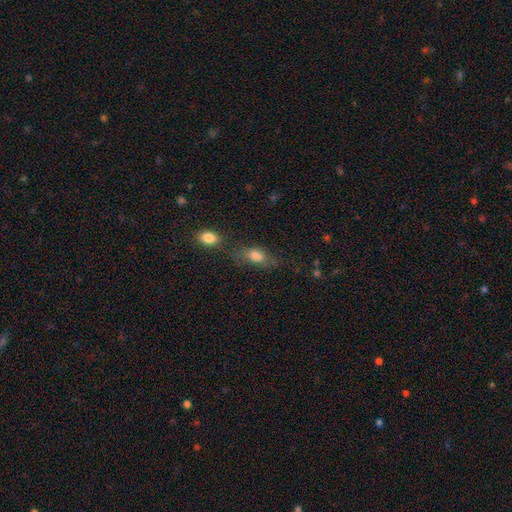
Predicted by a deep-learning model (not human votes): A smooth galaxy with no disk features (73%) that is in between round and cigar-shaped (77%). Merging: none (50%).